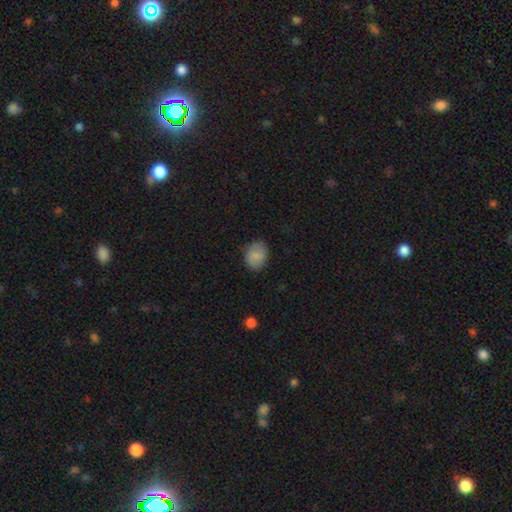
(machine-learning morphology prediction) A smooth galaxy with no disk features (79%) that is in between round and cigar-shaped (56%). Merging: none (82%).